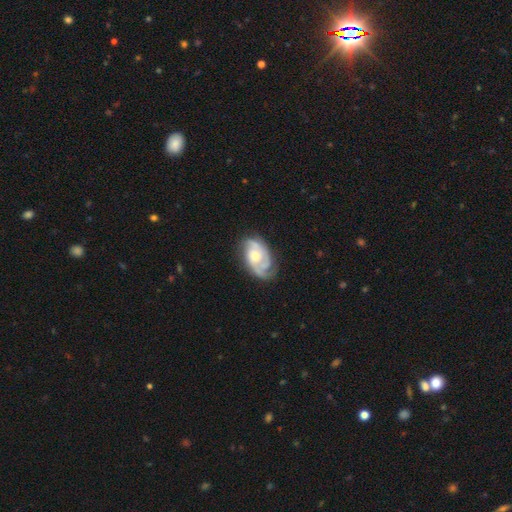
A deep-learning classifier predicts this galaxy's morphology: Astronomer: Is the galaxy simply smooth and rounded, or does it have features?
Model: featured or disk — 84%.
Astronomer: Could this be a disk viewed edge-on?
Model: no — 97%.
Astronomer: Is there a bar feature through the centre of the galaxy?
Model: no — 70%.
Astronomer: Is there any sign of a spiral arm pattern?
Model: yes — 96%.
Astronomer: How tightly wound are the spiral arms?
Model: tight — 47% (runner-up: medium, 40%).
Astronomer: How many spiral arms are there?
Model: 3 — 35% (runner-up: 2, 34%).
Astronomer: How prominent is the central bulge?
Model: moderate — 58%.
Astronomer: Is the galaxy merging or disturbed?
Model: none — 66%.